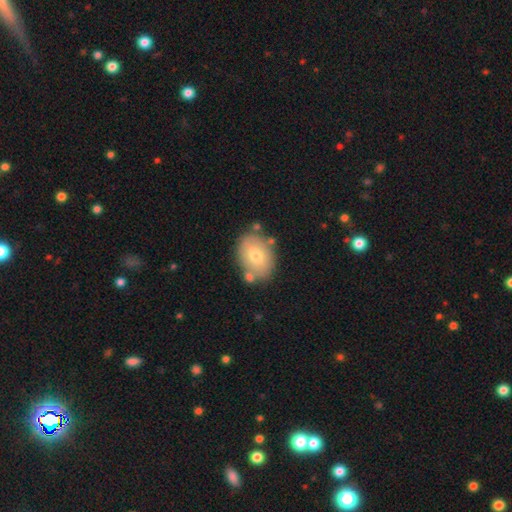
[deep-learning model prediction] A smooth galaxy with no disk features (68%) that is in between round and cigar-shaped (65%).

Vote fractions:
- Smooth or featured? smooth: 68% / featured or disk: 24% / star or artifact: 8%
- How rounded? in between: 65% / round: 34% / cigar-shaped: 1%
- Merging? none: 73% / minor disturbance: 14% / merger: 9% / major disturbance: 3%